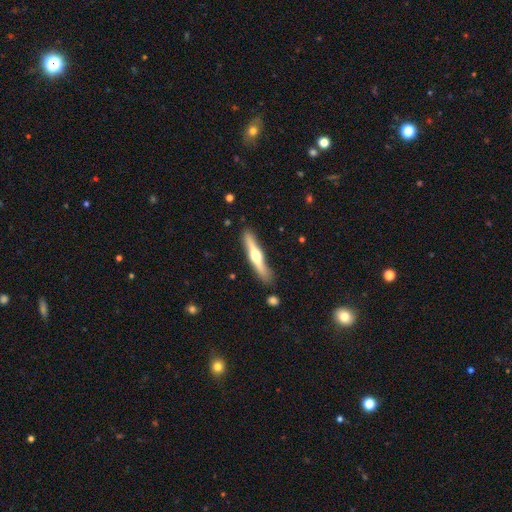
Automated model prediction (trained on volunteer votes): Smooth or featured?
  - featured or disk: 63% *
  - smooth: 33%
  - star or artifact: 5%
Edge-on disk?
  - yes: 96% *
  - no: 4%
Edge-on bulge?
  - rounded: 92% *
  - none: 4%
  - boxy: 4%
Merging?
  - none: 85% *
  - minor disturbance: 11%
  - merger: 2%
  - major disturbance: 2%